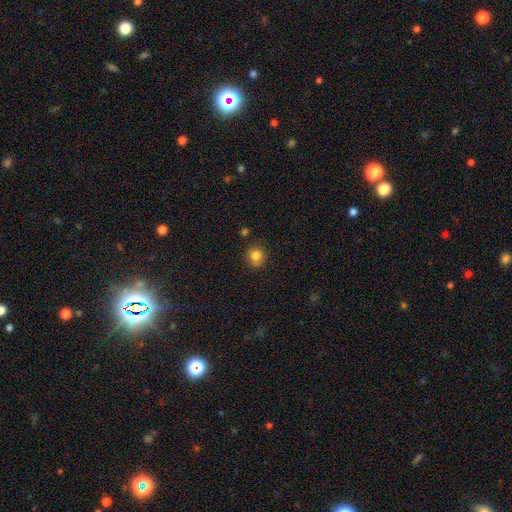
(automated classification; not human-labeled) Smooth or featured? Predicted: smooth (p=0.82). How rounded? Predicted: round (p=0.87). Merging? Predicted: none (p=0.79).